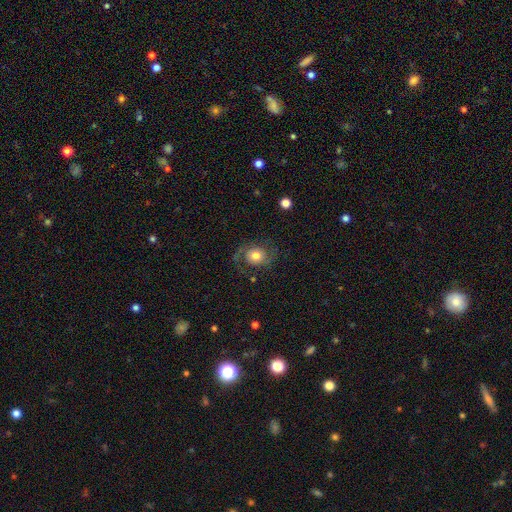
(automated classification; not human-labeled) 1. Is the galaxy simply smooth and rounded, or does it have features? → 55% featured or disk, 36% smooth, 9% star or artifact.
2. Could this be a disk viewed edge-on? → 97% no, 3% yes.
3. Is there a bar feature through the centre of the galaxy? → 77% no, 19% weak, 4% strong.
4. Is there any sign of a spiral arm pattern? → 86% yes, 14% no.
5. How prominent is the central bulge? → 60% moderate, 24% large, 11% small, 4% dominant, 2% none.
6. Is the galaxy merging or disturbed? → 67% none, 16% minor disturbance, 15% major disturbance, 2% merger.